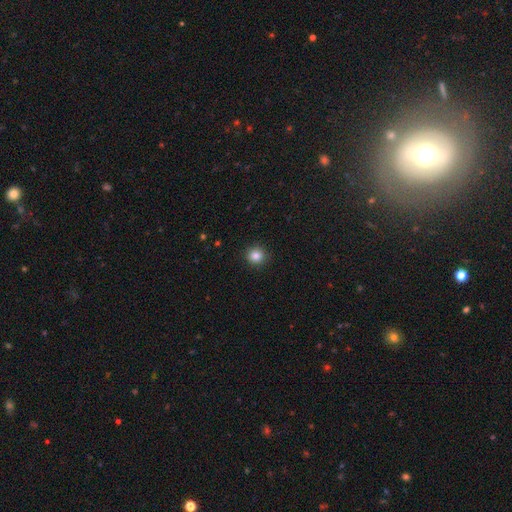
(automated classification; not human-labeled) Smooth or featured? smooth (85%)
How rounded? round (93%)
Merging? none (92%)